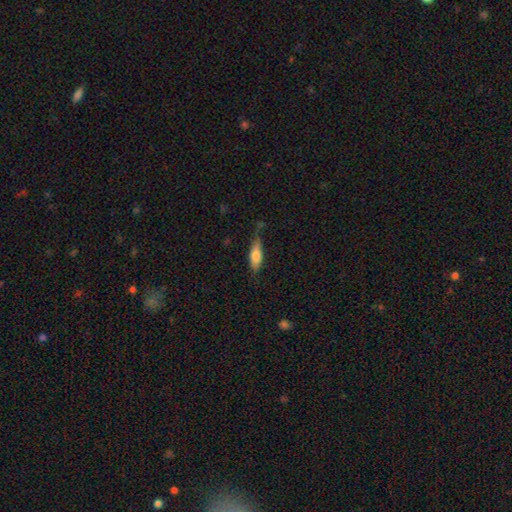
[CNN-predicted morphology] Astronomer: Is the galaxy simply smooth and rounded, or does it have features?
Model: smooth — 72%.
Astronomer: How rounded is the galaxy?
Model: in between — 52% (runner-up: cigar-shaped, 45%).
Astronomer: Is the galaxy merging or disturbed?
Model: none — 61%.